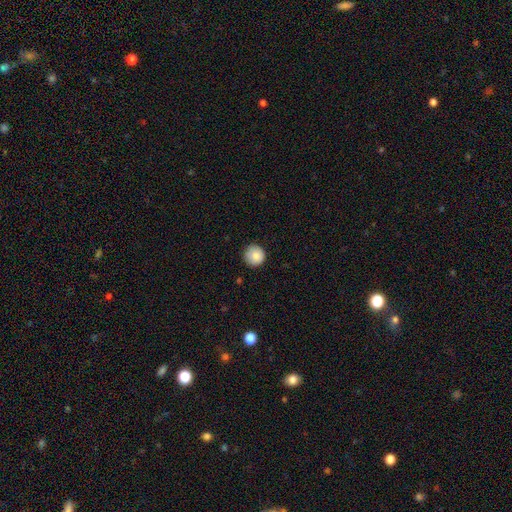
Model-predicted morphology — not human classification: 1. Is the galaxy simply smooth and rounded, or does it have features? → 86% smooth, 8% star or artifact, 6% featured or disk.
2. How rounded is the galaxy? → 95% round, 4% in between, 1% cigar-shaped.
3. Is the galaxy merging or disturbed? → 87% none, 10% minor disturbance, 2% major disturbance, 1% merger.